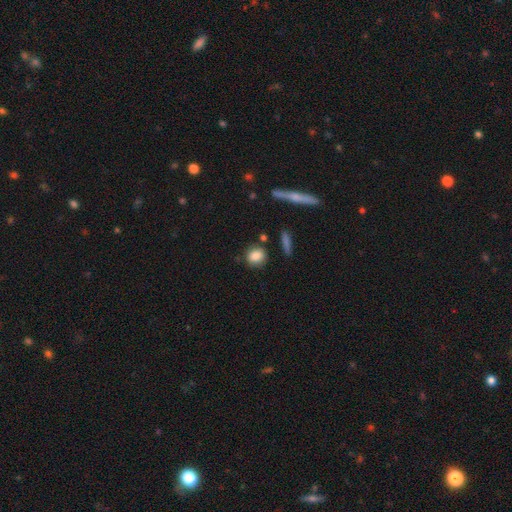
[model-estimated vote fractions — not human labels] smooth_or_featured: smooth (p=0.85) [alt: star or artifact p=0.08]
how_rounded: round (p=0.73) [alt: in between p=0.25]
merging: none (p=0.80) [alt: minor disturbance p=0.12]